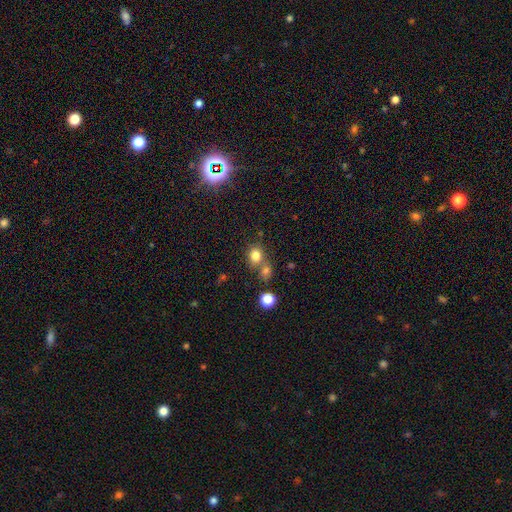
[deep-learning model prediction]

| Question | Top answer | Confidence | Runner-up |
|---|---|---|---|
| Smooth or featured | smooth | 79% | star or artifact (14%) |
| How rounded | round | 71% | in between (28%) |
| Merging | none | 57% | merger (30%) |